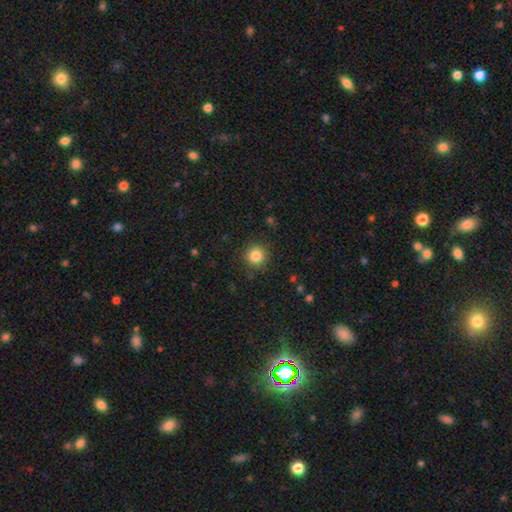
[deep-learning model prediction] A smooth galaxy with no disk features (84%) that is round (95%). Merging: none (89%).